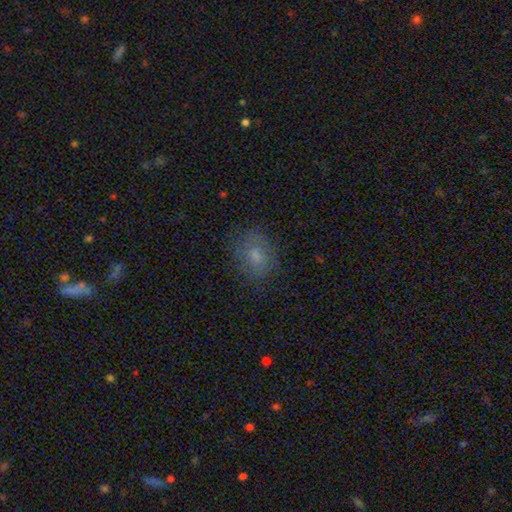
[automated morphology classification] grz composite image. It shows a smooth galaxy with no disk features (71%) that is in between round and cigar-shaped (59%). Merging: none (76%).